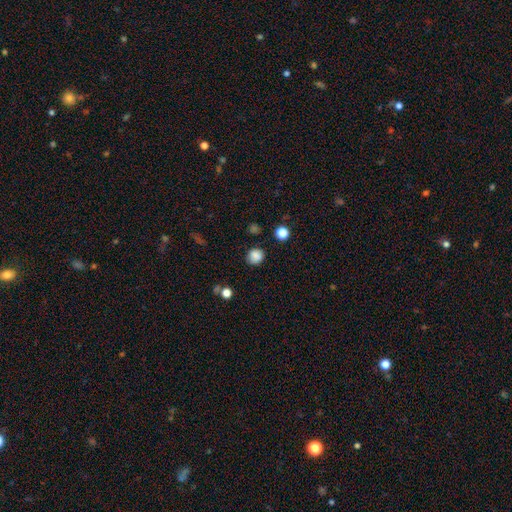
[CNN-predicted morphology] smooth 84%, star or artifact 12%, featured or disk 5%. Down the decision tree: how rounded — round (81%); merging — none (80%).